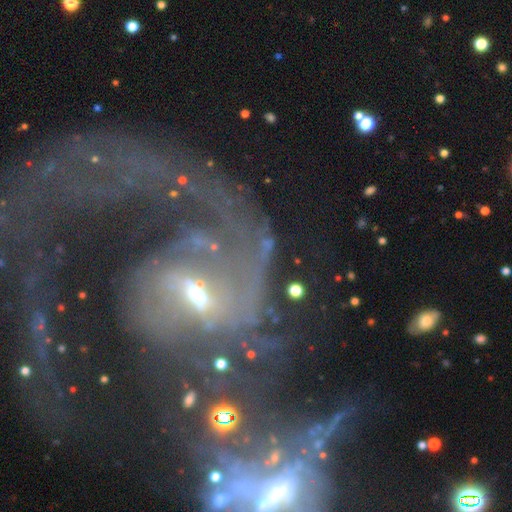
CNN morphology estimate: Smooth or featured?
  - featured or disk: 77% *
  - star or artifact: 13%
  - smooth: 10%
Edge-on disk?
  - no: 96% *
  - yes: 4%
Bar?
  - weak: 40% *
  - no: 39%
  - strong: 21%
Spiral arms?
  - yes: 80% *
  - no: 20%
Spiral winding?
  - loose: 50% *
  - medium: 33%
  - tight: 17%
Spiral arm count?
  - 2: 35% *
  - 1: 30%
  - can't tell: 20%
  - 3: 7%
  - 4: 4%
  - more than 4: 4%
Bulge size?
  - small: 44% * (tied)
  - moderate: 44% * (tied)
  - large: 5%
  - none: 5%
  - dominant: 2%
Merging?
  - major disturbance: 40% *
  - merger: 33%
  - none: 18%
  - minor disturbance: 9%